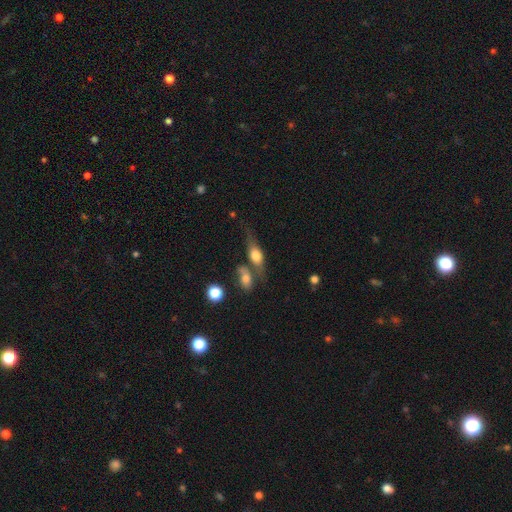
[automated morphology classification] The model was most divided on "merging": none: 43%, merger: 31%, minor disturbance: 17%, major disturbance: 9%. More confident: how rounded — in between (64%); smooth or featured — smooth (52%).